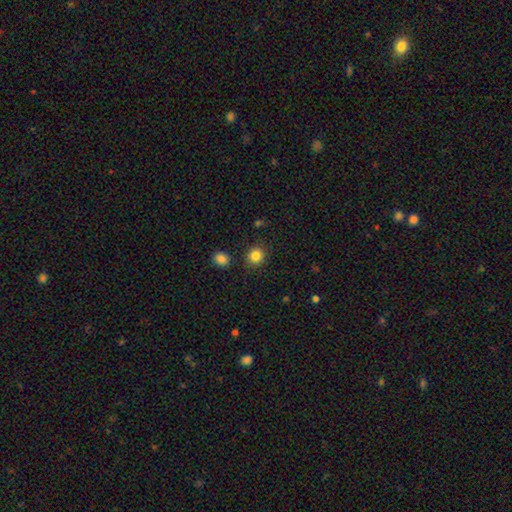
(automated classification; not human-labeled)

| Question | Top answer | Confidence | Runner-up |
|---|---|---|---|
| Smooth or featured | smooth | 85% | star or artifact (11%) |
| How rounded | round | 86% | in between (13%) |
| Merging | none | 87% | minor disturbance (7%) |